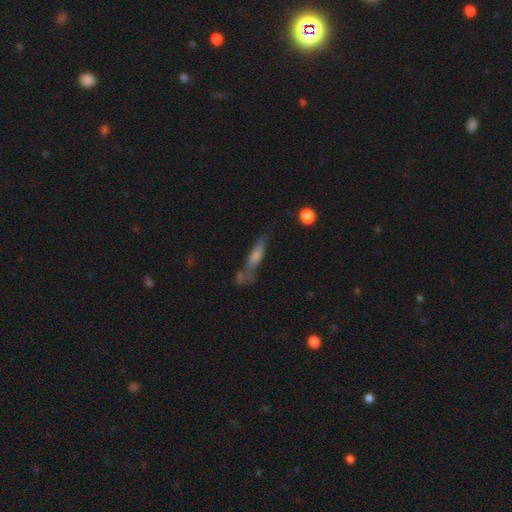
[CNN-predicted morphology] Smooth or featured? smooth (54%)
How rounded? cigar-shaped (72%)
Merging? none (50%)